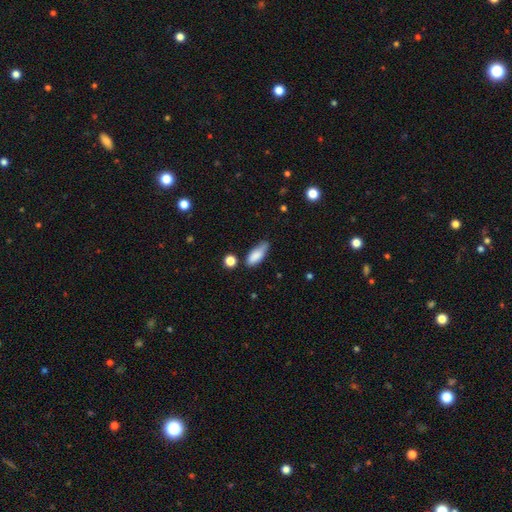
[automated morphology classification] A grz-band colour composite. It shows a smooth galaxy with no disk features (83%) that is in between round and cigar-shaped (75%). Merging: none (54%).